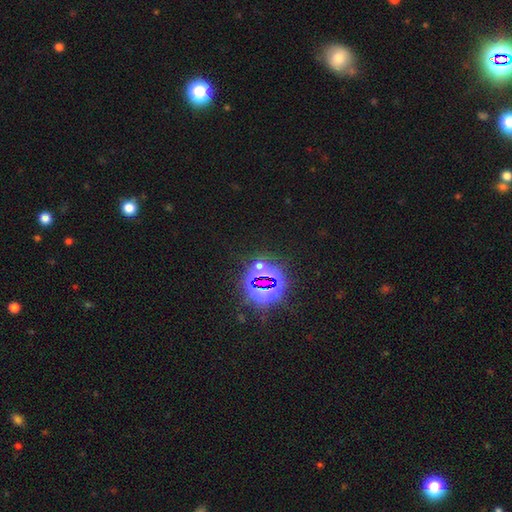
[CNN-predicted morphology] Q: Smooth or featured?
A: star or artifact (81%); runner-up: smooth (11%)